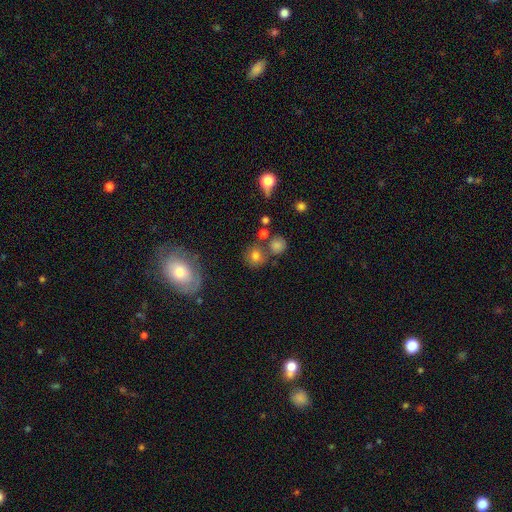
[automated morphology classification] Overall: smooth (74%). How rounded: round (81%). Merging: none (64%).